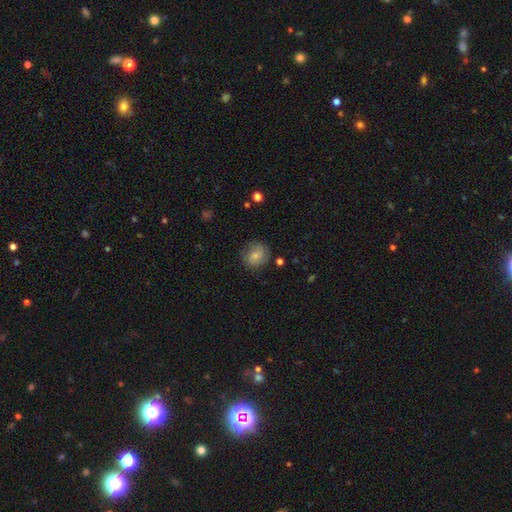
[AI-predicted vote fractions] smooth 62%, featured or disk 30%, star or artifact 8%. Down the decision tree: how rounded — round (79%); merging — none (76%).